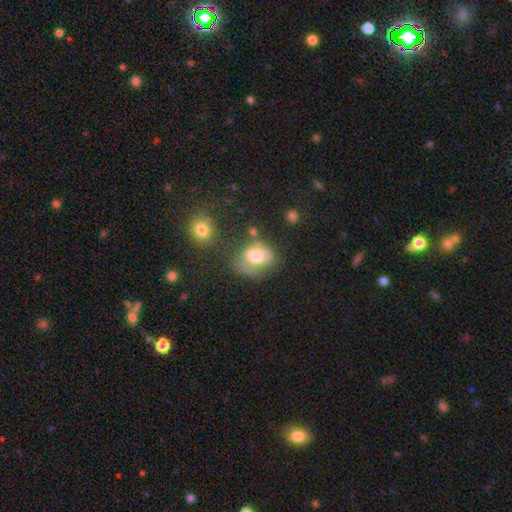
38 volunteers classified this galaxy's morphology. A smooth galaxy with no disk features (71%) that is round (56%).

Vote fractions:
- Smooth or featured? smooth: 71% / featured or disk: 26% / star or artifact: 3%
- How rounded? round: 56% / in between: 44% / cigar-shaped: 0%
- Merging? none: 46% / major disturbance: 27% / minor disturbance: 16% / merger: 11%